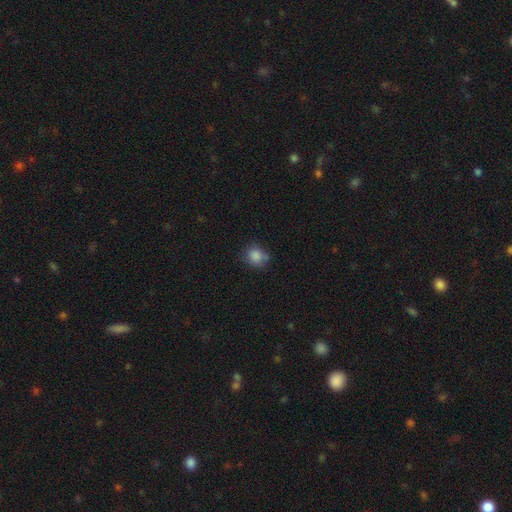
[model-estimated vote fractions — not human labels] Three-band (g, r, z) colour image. It shows a smooth galaxy with no disk features (84%) that is round (72%). Merging: none (65%).